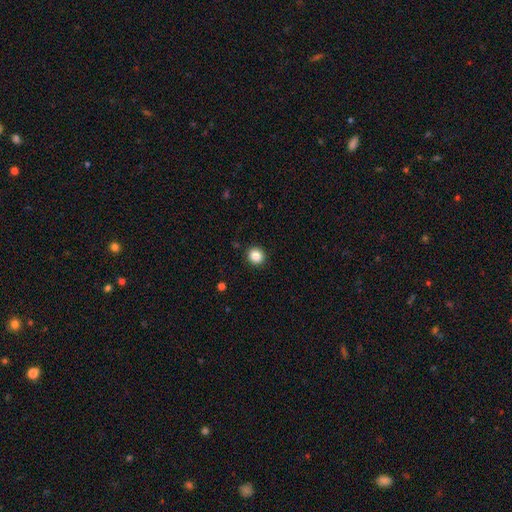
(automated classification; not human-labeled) smooth_or_featured: smooth (p=0.86) [alt: star or artifact p=0.10]
how_rounded: round (p=0.87) [alt: in between p=0.12]
merging: none (p=0.92) [alt: minor disturbance p=0.05]